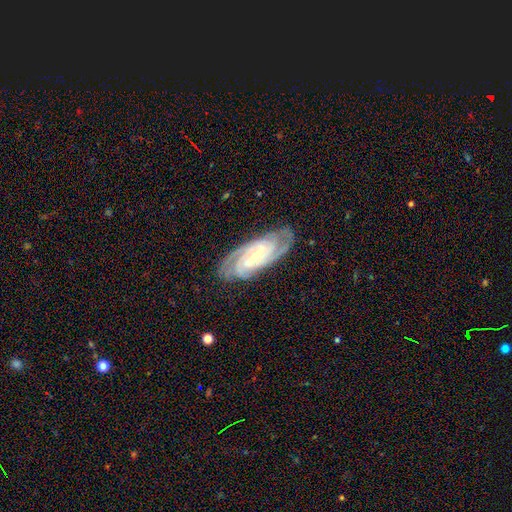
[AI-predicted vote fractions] This is clearly a featured or disk galaxy (90%). It is clearly not viewed edge-on (94%). Bar: possibly strong (48%). Spiral arm pattern: clearly yes (98%). Spiral arm count: marginally 2 (36%). Spiral winding: likely tight (64%). Central bulge: likely small (70%). Merging: clearly none (81%).